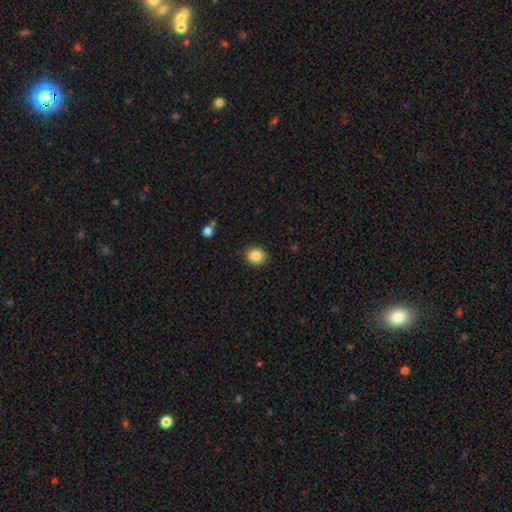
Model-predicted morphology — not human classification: Smooth or featured: smooth — 85% (star or artifact — 9%)
How rounded: round — 80% (in between — 20%)
Merging: none — 91% (minor disturbance — 6%)